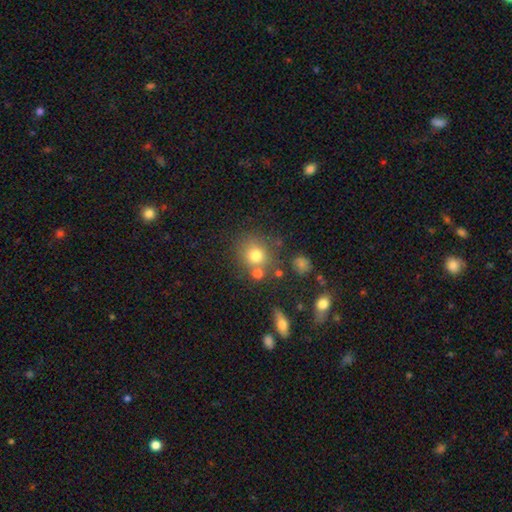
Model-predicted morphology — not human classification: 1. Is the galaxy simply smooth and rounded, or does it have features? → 74% smooth, 15% star or artifact, 11% featured or disk.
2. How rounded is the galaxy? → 83% round, 16% in between, 1% cigar-shaped.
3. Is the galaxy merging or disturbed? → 67% none, 15% merger, 12% minor disturbance, 5% major disturbance.